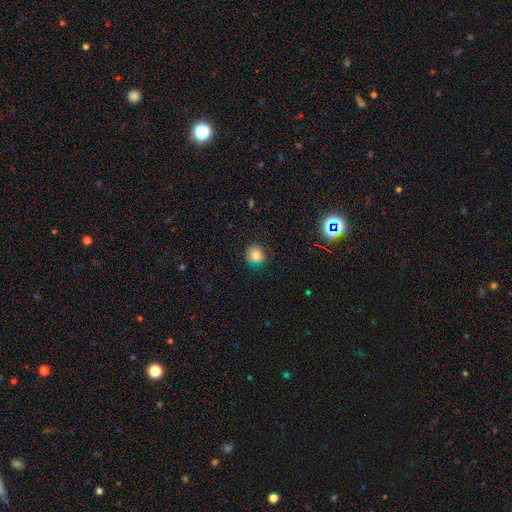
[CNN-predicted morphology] smooth_or_featured: smooth (p=0.79) [alt: star or artifact p=0.13]
how_rounded: round (p=0.89) [alt: in between p=0.10]
merging: none (p=0.82) [alt: minor disturbance p=0.13]